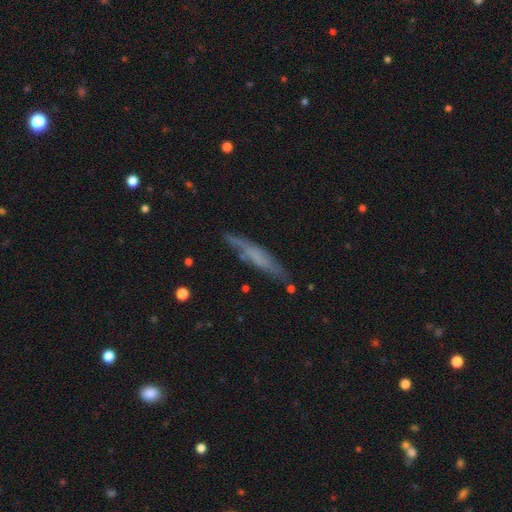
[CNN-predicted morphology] The model was most divided on "smooth or featured": featured or disk: 46%, smooth: 45%, star or artifact: 9%. More confident: merging — none (70%).